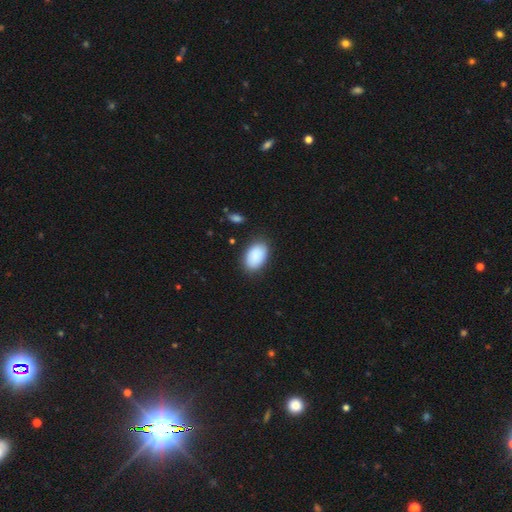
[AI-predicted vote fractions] smooth-or-featured: smooth: 90% | star or artifact: 6% | featured or disk: 4%
  how-rounded: in between: 91% | round: 8% | cigar-shaped: 1%
  merging: none: 84% | minor disturbance: 12% | major disturbance: 3% | merger: 1%